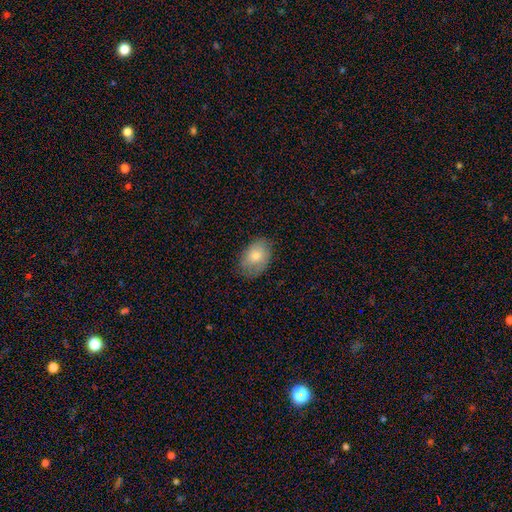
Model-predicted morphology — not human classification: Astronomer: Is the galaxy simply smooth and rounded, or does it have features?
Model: smooth — 74%.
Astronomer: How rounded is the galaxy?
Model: in between — 84%.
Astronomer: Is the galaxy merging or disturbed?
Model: none — 74%.